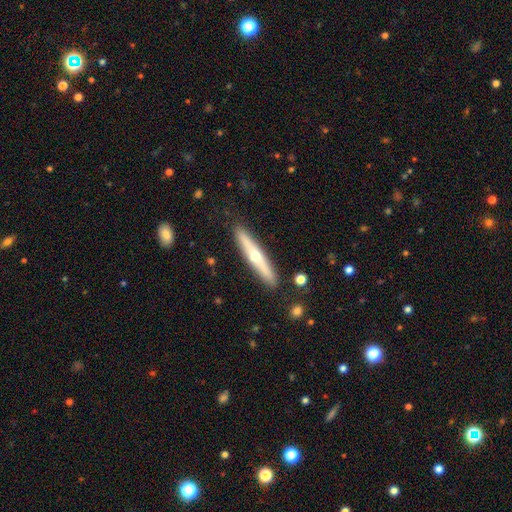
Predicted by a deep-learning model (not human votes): Smooth or featured? Predicted: featured or disk (p=0.54). Edge-on disk? Predicted: yes (p=0.91). Merging? Predicted: none (p=0.85).